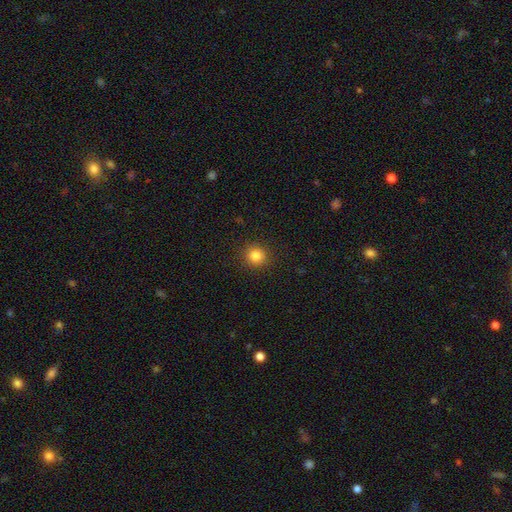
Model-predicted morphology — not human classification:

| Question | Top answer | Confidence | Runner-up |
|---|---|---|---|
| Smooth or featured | smooth | 83% | star or artifact (12%) |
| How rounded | round | 90% | in between (9%) |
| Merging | none | 91% | minor disturbance (6%) |